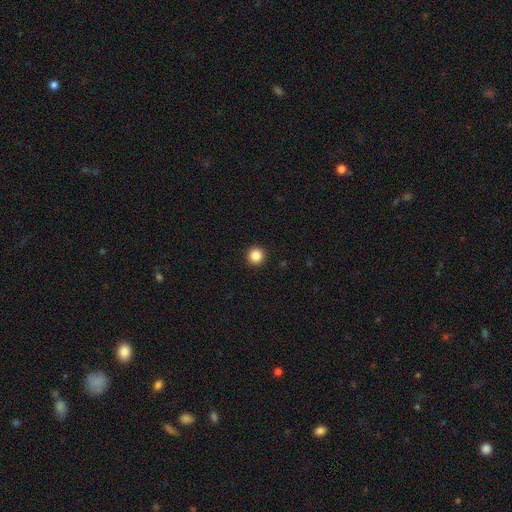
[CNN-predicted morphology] A smooth galaxy with no disk features (87%) that is round (96%).

Vote fractions:
- Smooth or featured? smooth: 87% / star or artifact: 10% / featured or disk: 3%
- How rounded? round: 96% / in between: 3% / cigar-shaped: 1%
- Merging? none: 94% / minor disturbance: 4% / major disturbance: 1% / merger: 1%